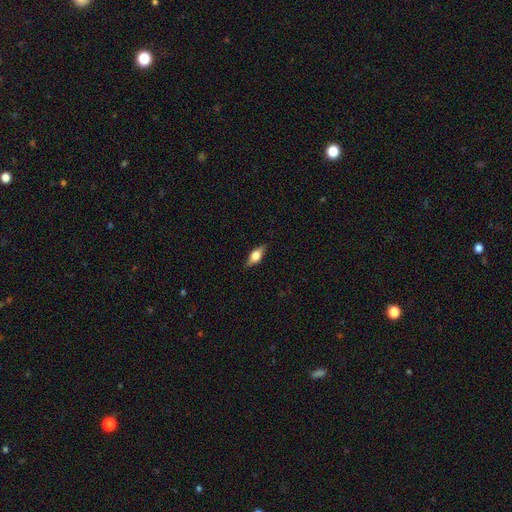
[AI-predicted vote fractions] Smooth or featured? smooth (49%)
Merging? none (83%)